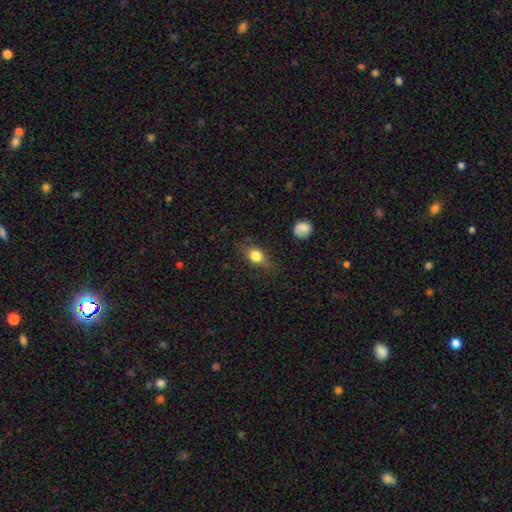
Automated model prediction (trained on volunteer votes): The model was most divided on "how rounded": in between: 56%, round: 36%, cigar-shaped: 8%. More confident: smooth or featured — smooth (73%); merging — none (68%).